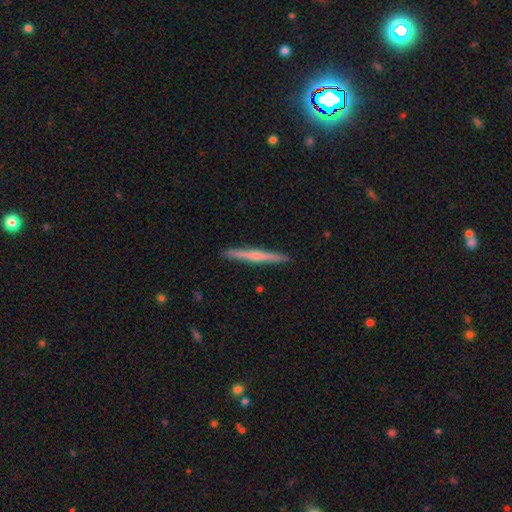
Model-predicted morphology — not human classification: The model was most divided on "edge-on bulge": rounded: 50%, none: 43%, boxy: 7%. More confident: edge-on disk — yes (98%); merging — none (92%); smooth or featured — featured or disk (53%).